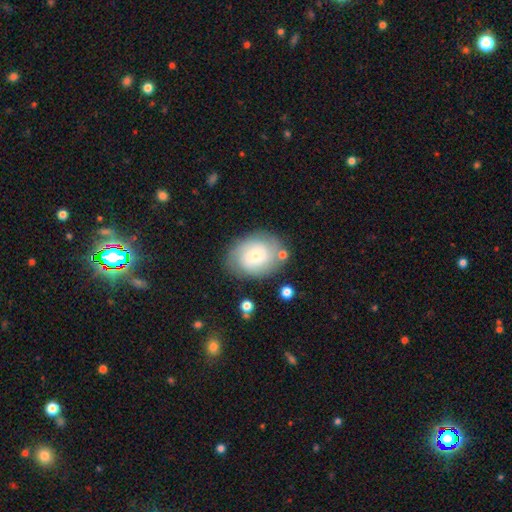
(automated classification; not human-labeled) smooth-or-featured: smooth: 46% (tied) | featured or disk: 46% (tied) | star or artifact: 8%
  merging: none: 76% | minor disturbance: 15% | major disturbance: 5% | merger: 4%